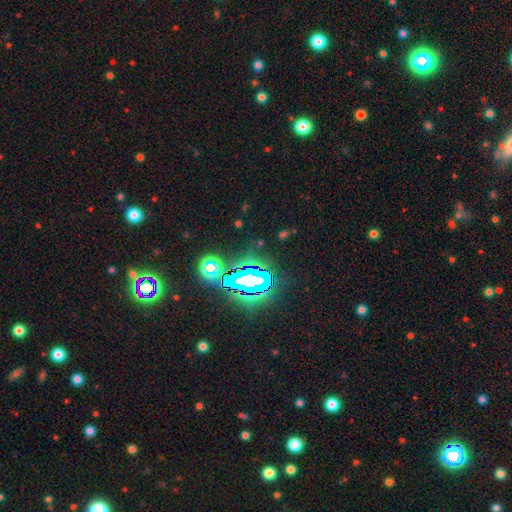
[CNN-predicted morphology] This is likely a star or artifact rather than a galaxy (80%).